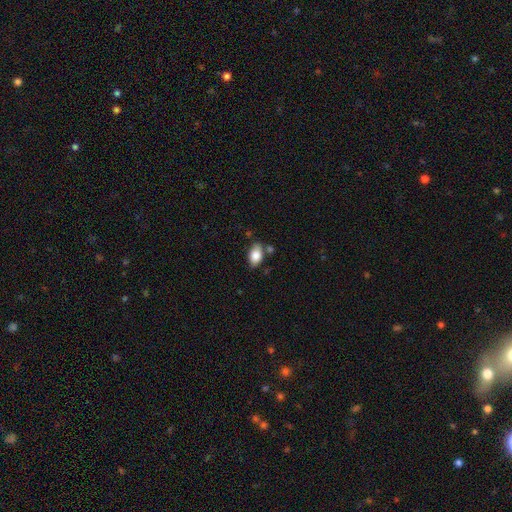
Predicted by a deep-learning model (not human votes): smooth_or_featured: smooth (p=0.84) [alt: featured or disk p=0.09]
how_rounded: in between (p=0.91) [alt: round p=0.07]
merging: none (p=0.73) [alt: minor disturbance p=0.15]